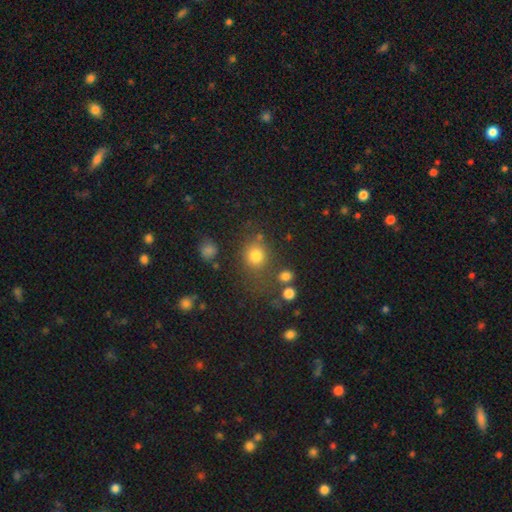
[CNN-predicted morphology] This appears to be a smooth galaxy with no disk features (78%) that is round (76%). Merging: none (66%).